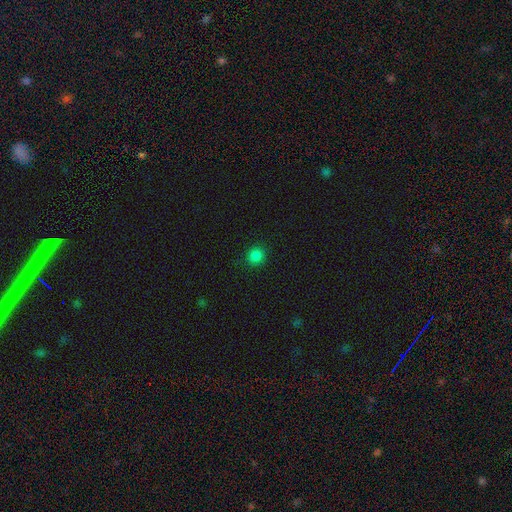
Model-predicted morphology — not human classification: This appears to be a smooth galaxy with no disk features (84%) that is round (90%). Merging: none (90%).